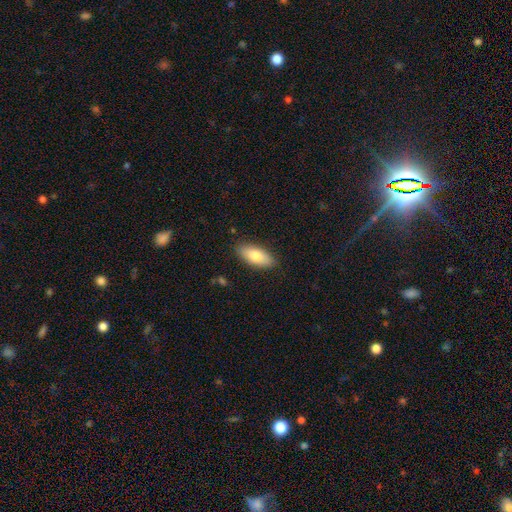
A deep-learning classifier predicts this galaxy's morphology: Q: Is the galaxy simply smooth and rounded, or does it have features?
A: smooth — 76%.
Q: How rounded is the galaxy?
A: in between — 81%.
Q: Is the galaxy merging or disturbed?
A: none — 87%.